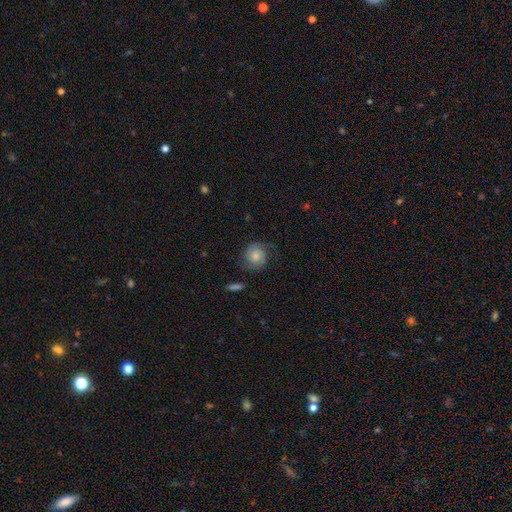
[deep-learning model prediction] The model was most divided on "spiral winding": tight: 43%, medium: 37%, loose: 20%. Remaining: edge-on disk — no (97%); spiral arms — yes (93%); spiral arm count — 2 (81%); bar — no (75%); merging — none (69%); smooth or featured — featured or disk (60%); bulge size — moderate (46%).